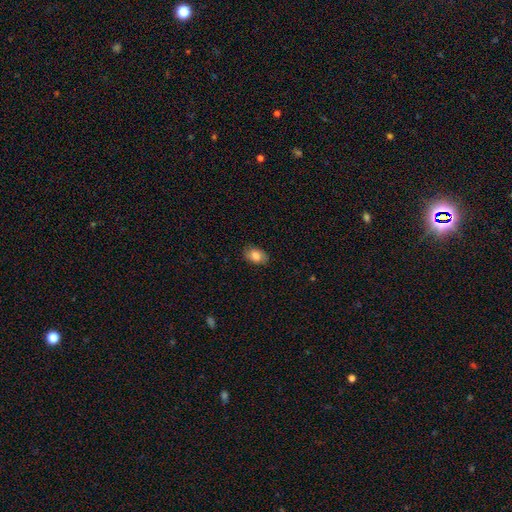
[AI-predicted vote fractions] smooth_or_featured: smooth (p=0.82) [alt: featured or disk p=0.10]
how_rounded: in between (p=0.86) [alt: round p=0.13]
merging: none (p=0.84) [alt: minor disturbance p=0.12]